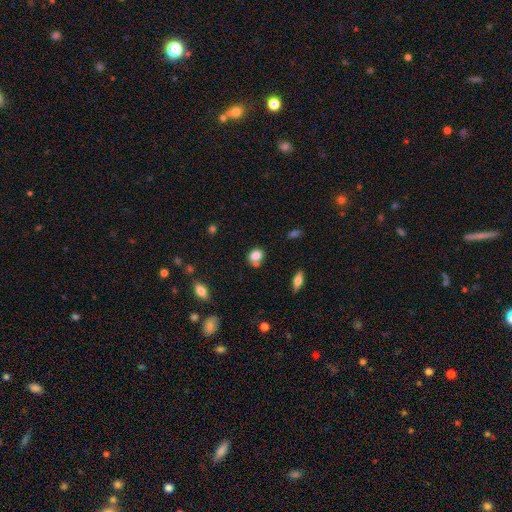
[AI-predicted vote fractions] The model was most divided on "how rounded": round: 52%, in between: 46%, cigar-shaped: 2%. More confident: smooth or featured — smooth (80%); merging — none (57%).